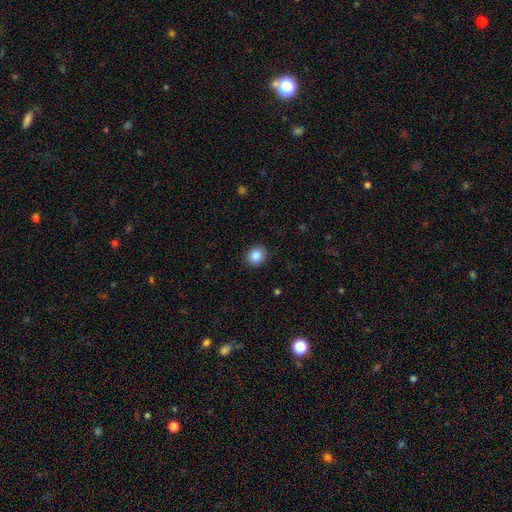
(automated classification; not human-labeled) Smooth or featured? smooth (87%)
How rounded? round (64%)
Merging? none (90%)